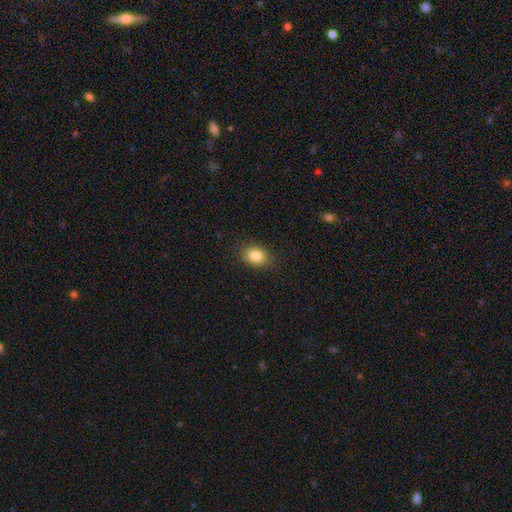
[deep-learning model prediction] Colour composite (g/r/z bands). It shows a smooth galaxy with no disk features (83%) that is in between round and cigar-shaped (59%). Merging: none (86%).